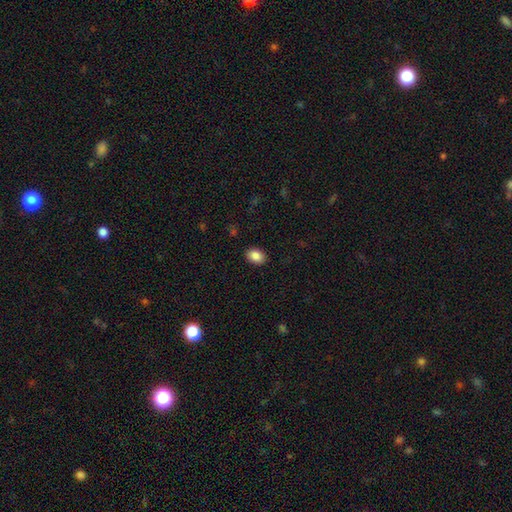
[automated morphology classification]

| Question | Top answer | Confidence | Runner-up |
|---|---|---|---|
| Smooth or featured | smooth | 87% | star or artifact (8%) |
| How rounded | in between | 76% | round (23%) |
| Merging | none | 89% | minor disturbance (8%) |